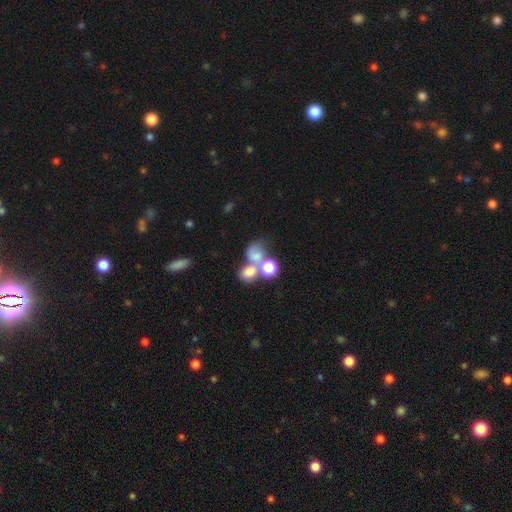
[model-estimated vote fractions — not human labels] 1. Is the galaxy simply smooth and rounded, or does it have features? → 64% smooth, 20% featured or disk, 16% star or artifact.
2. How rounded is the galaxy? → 56% round, 43% in between, 1% cigar-shaped.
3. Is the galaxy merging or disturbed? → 56% merger, 25% none, 10% major disturbance, 9% minor disturbance.